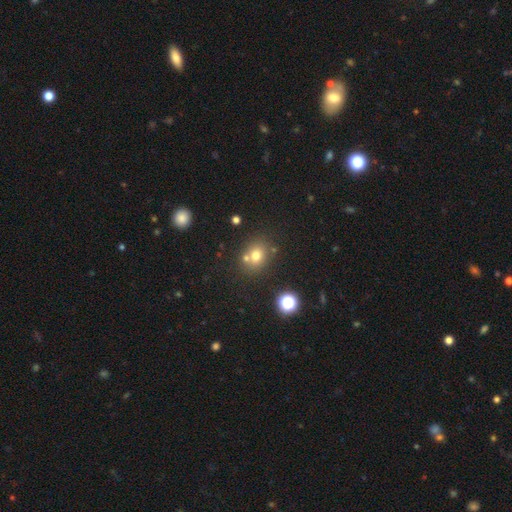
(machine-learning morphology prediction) type=smooth (71%); roundness=round (66%); merging=none (64%).